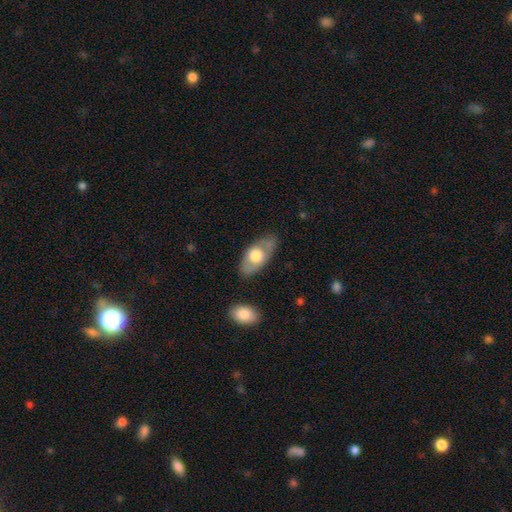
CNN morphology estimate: type=smooth (55%); roundness=in between (87%); merging=none (75%).